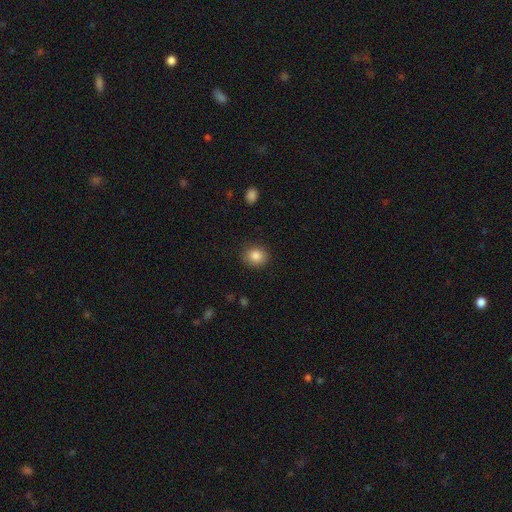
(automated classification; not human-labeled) Smooth or featured? smooth (86%)
How rounded? round (71%)
Merging? none (89%)